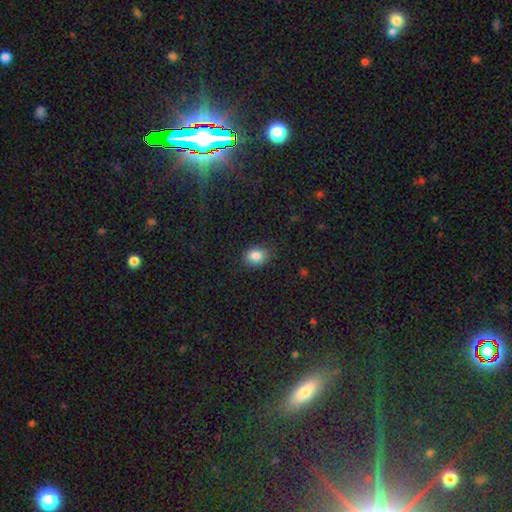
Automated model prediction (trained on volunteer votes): smooth 85%, star or artifact 10%, featured or disk 5%. Down the decision tree: how rounded — in between (56%); merging — none (82%).